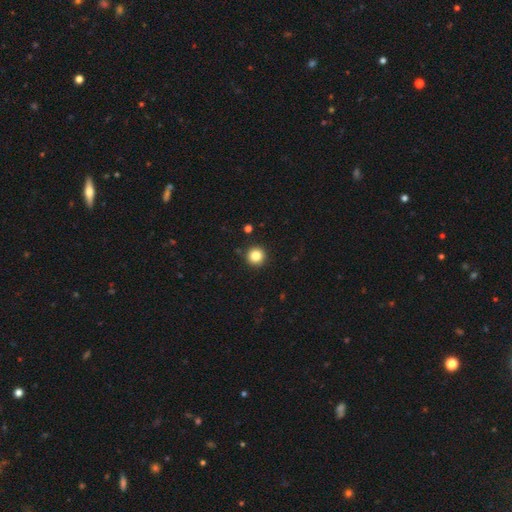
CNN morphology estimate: type=smooth (84%); roundness=round (95%); merging=none (91%).